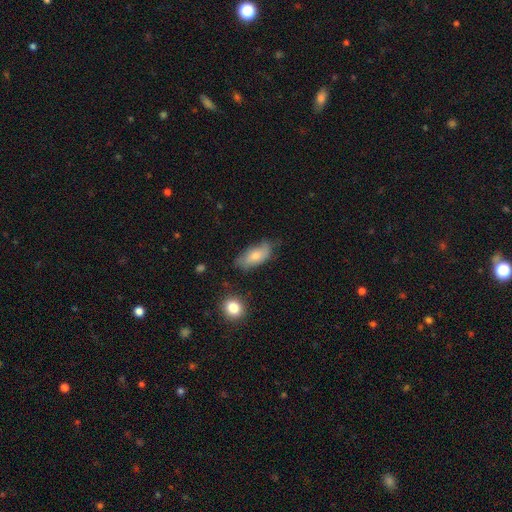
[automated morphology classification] Smooth or featured? smooth (74%)
How rounded? in between (87%)
Merging? none (59%)